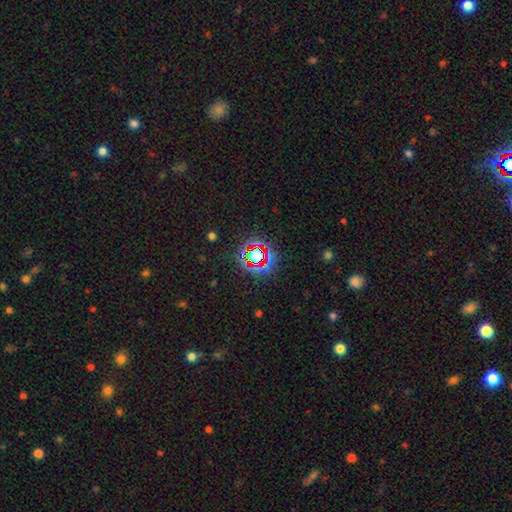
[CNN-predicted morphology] This is likely a star or artifact rather than a galaxy (71%).